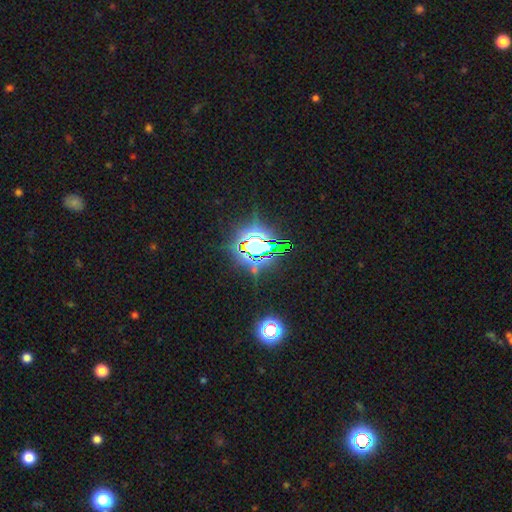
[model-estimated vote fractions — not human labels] This is likely a star or artifact rather than a galaxy (79%).